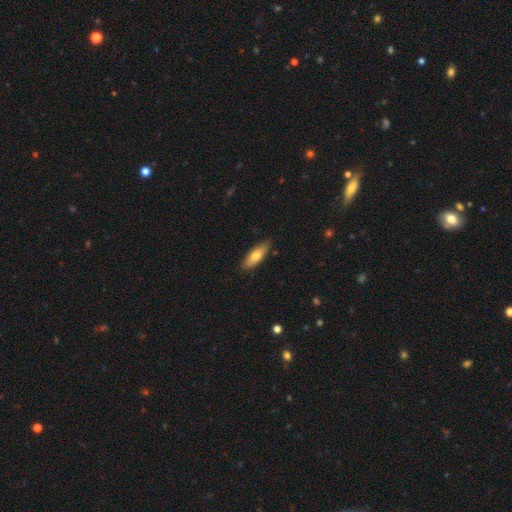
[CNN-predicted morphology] A smooth galaxy with no disk features (72%) that is in between round and cigar-shaped (56%). Merging: none (86%).